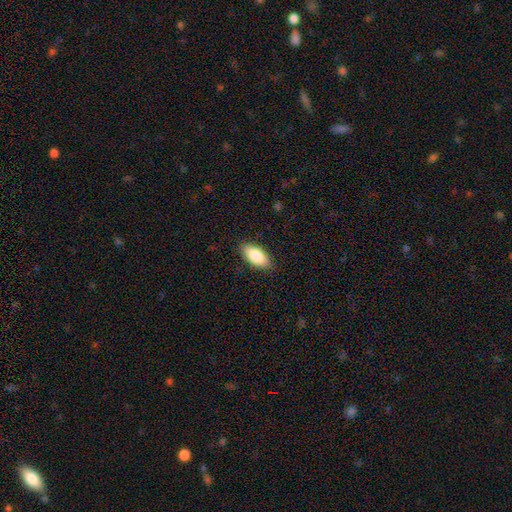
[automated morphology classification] This appears to be a smooth galaxy with no disk features (87%) that is in between round and cigar-shaped (90%). Merging: none (87%).